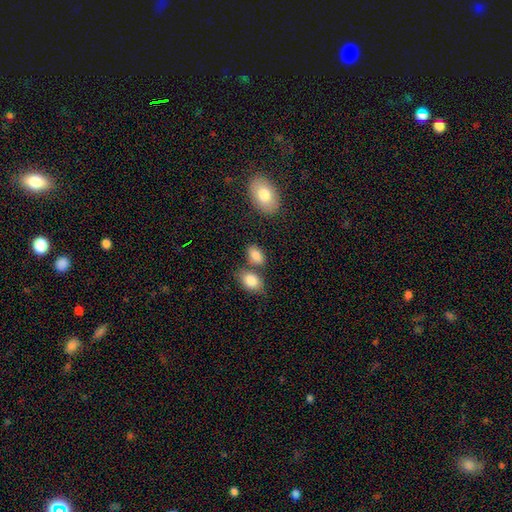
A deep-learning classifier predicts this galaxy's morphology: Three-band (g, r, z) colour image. It shows a smooth galaxy with no disk features (85%) that is in between round and cigar-shaped (89%). Merging: none (62%).